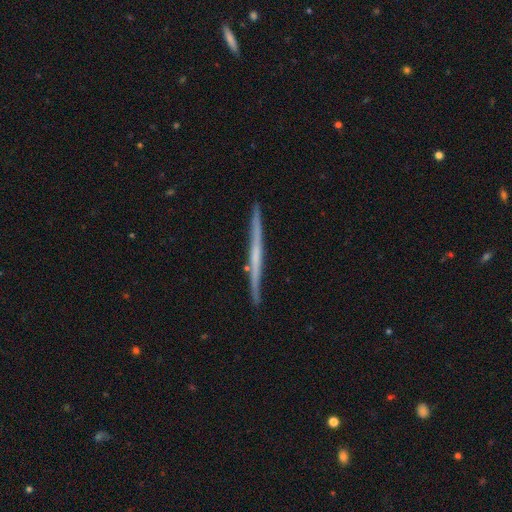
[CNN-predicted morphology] This appears to be a featured or disk galaxy (67%) viewed edge-on (98%) with no central bulge (75%). Merging: none (92%).